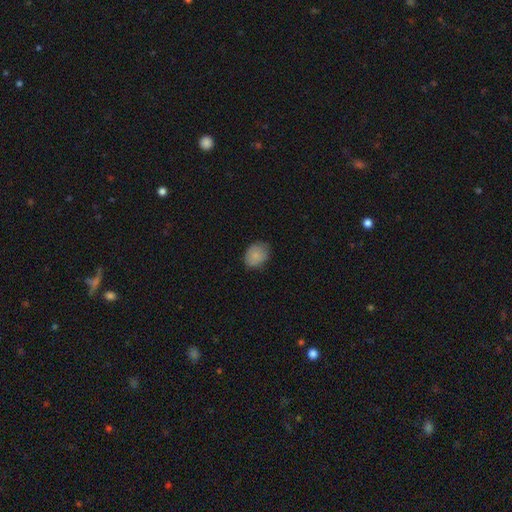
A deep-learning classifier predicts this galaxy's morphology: A smooth galaxy with no disk features (81%) that is in between round and cigar-shaped (56%). Merging: none (69%).